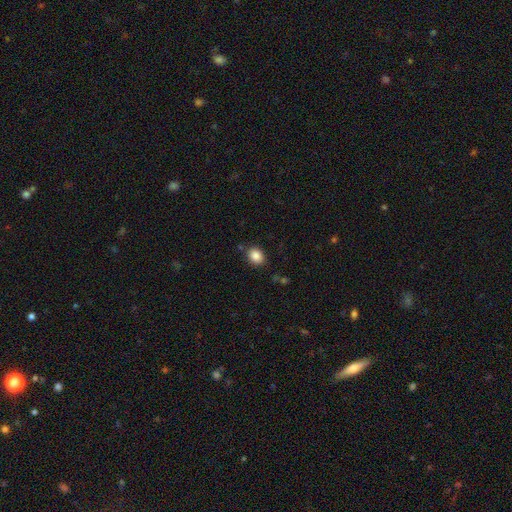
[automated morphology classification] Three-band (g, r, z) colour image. It shows a smooth galaxy with no disk features (87%) that is in between round and cigar-shaped (58%). Merging: none (84%).